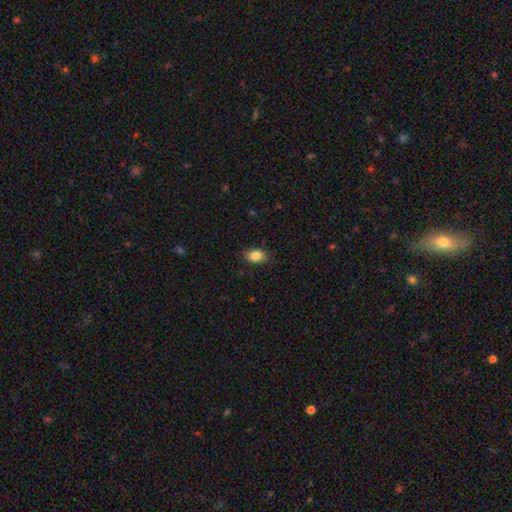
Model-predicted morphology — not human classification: Q: Smooth or featured?
A: smooth (87%); runner-up: star or artifact (8%)
Q: How rounded?
A: in between (84%); runner-up: round (15%)
Q: Merging?
A: none (85%); runner-up: minor disturbance (11%)